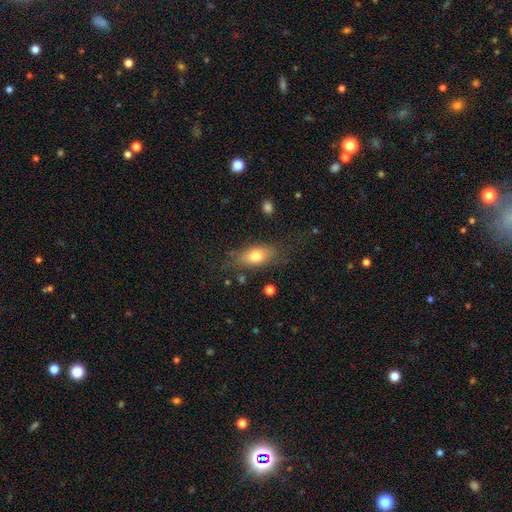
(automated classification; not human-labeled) Smooth or featured?
  - smooth: 74% *
  - featured or disk: 18%
  - star or artifact: 8%
How rounded?
  - in between: 81% *
  - cigar-shaped: 12%
  - round: 7%
Merging?
  - none: 73% *
  - minor disturbance: 18%
  - major disturbance: 7%
  - merger: 2%